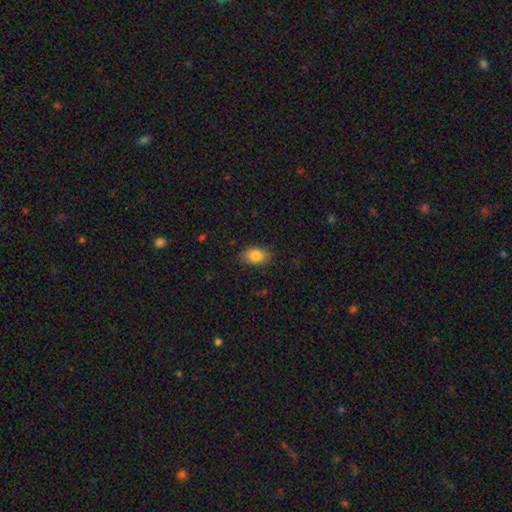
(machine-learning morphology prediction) smooth 85%, star or artifact 8%, featured or disk 7%. Down the decision tree: how rounded — in between (85%); merging — none (84%).